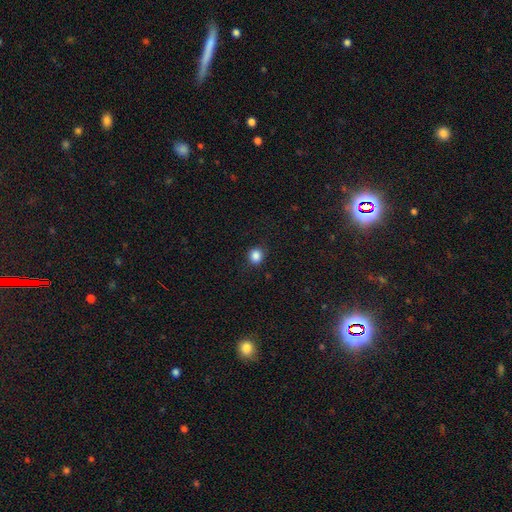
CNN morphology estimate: type=smooth (86%); roundness=round (80%); merging=none (87%).